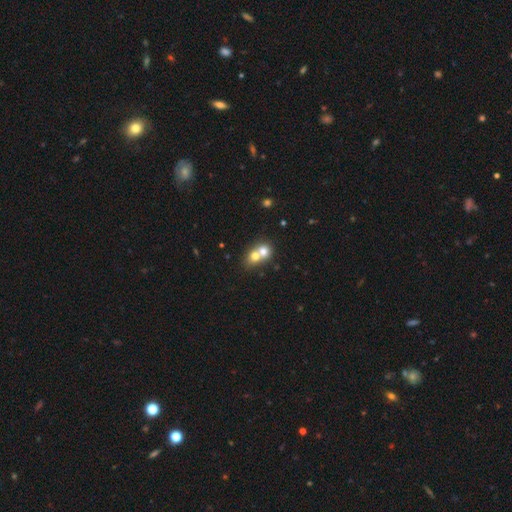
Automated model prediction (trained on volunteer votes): Smooth or featured? Predicted: smooth (p=0.69). How rounded? Predicted: round (p=0.70). Merging? Predicted: merger (p=0.71).